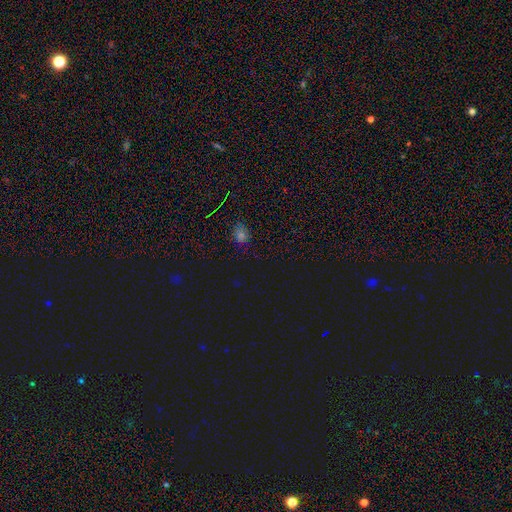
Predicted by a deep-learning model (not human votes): A star or artifact, not a galaxy (48%).